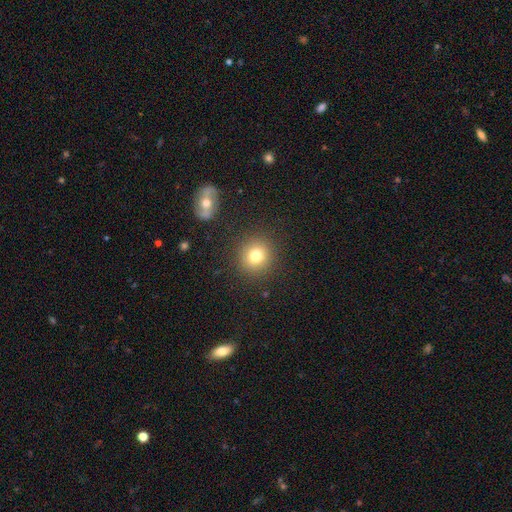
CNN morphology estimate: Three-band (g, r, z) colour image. It shows a smooth galaxy with no disk features (76%) that is round (90%). Merging: none (88%).